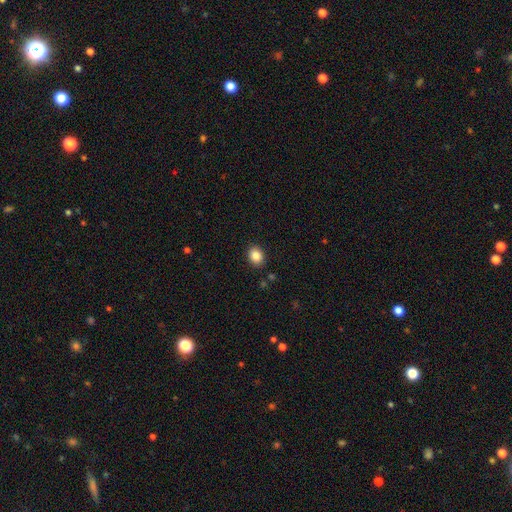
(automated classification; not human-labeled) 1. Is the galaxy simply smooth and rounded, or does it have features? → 86% smooth, 10% star or artifact, 5% featured or disk.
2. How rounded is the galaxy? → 55% round, 44% in between, 1% cigar-shaped.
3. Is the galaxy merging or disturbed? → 89% none, 7% minor disturbance, 2% major disturbance, 2% merger.